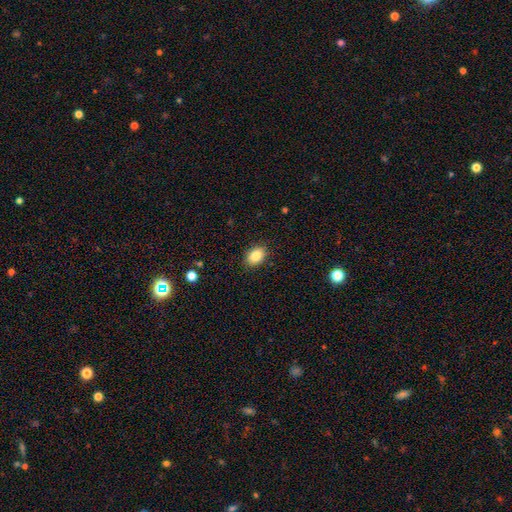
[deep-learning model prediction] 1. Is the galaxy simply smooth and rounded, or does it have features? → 86% smooth, 9% star or artifact, 6% featured or disk.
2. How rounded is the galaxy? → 76% in between, 23% round, 1% cigar-shaped.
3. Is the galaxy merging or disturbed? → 87% none, 9% minor disturbance, 2% major disturbance, 1% merger.